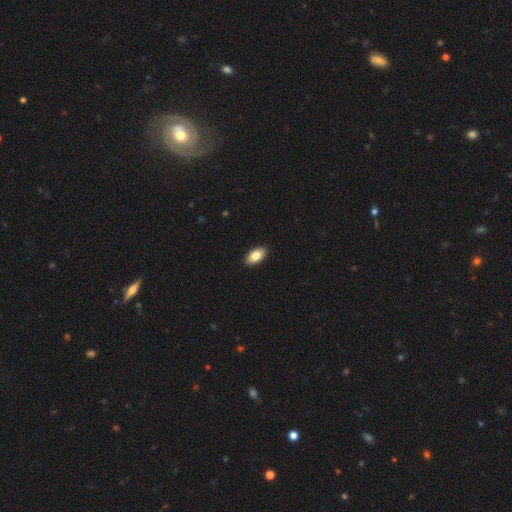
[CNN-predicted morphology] Q: Smooth or featured?
A: smooth (84%); runner-up: featured or disk (10%)
Q: How rounded?
A: in between (93%); runner-up: cigar-shaped (4%)
Q: Merging?
A: none (90%); runner-up: minor disturbance (7%)